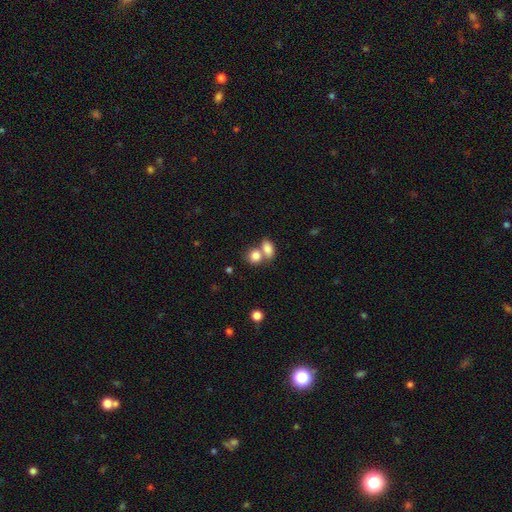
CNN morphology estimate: The model was most divided on "how rounded": round: 51%, in between: 47%, cigar-shaped: 2%. More confident: smooth or featured — smooth (82%); merging — merger (54%).